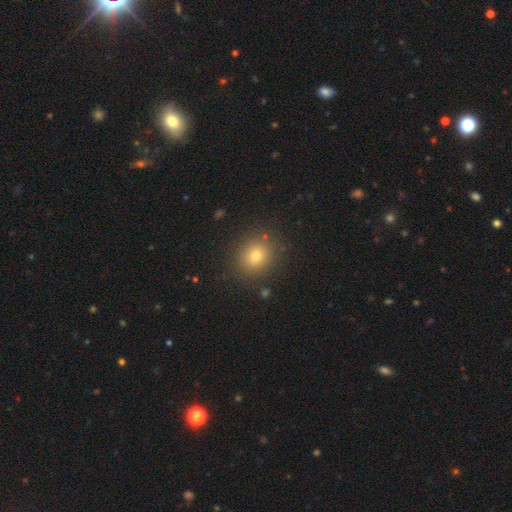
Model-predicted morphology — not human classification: This appears to be a smooth galaxy with no disk features (75%) that is round (76%). Merging: none (87%).